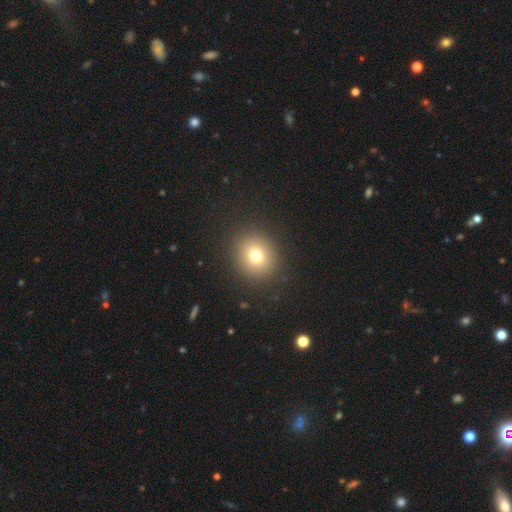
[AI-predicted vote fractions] Overall: smooth (75%). How rounded: round (82%). Merging: none (89%).